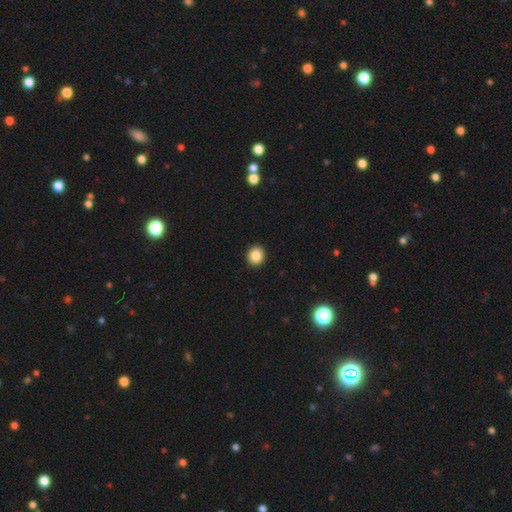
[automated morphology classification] smooth_or_featured: smooth (p=0.86) [alt: star or artifact p=0.10]
how_rounded: round (p=0.86) [alt: in between p=0.13]
merging: none (p=0.93) [alt: minor disturbance p=0.05]